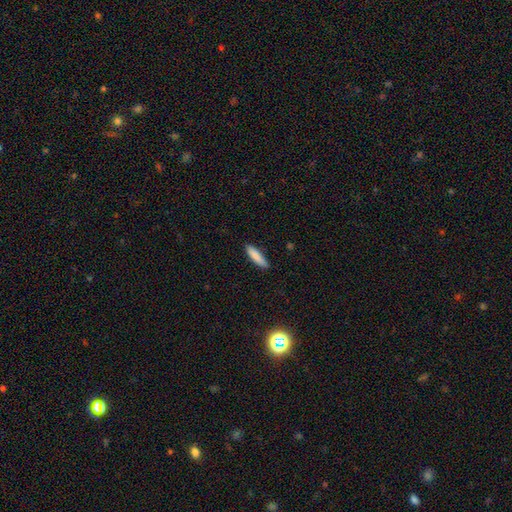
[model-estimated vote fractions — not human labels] smooth-or-featured: smooth: 85% | featured or disk: 8% | star or artifact: 6%
  how-rounded: cigar-shaped: 76% | in between: 23% | round: 1%
  merging: none: 87% | minor disturbance: 10% | major disturbance: 2% | merger: 1%